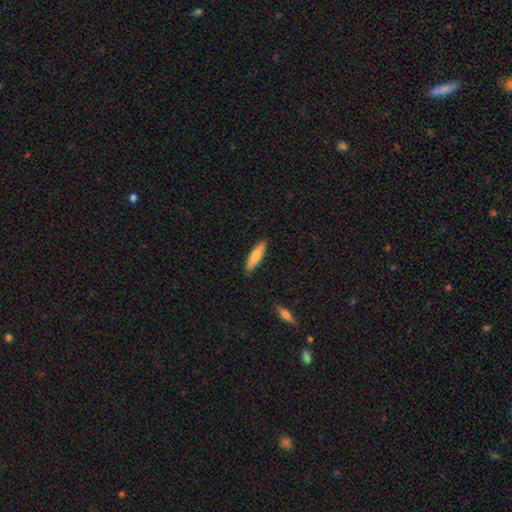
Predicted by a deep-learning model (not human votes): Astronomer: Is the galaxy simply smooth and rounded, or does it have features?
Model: smooth — 75%.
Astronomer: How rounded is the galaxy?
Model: cigar-shaped — 65%.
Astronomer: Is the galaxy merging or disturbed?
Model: none — 86%.